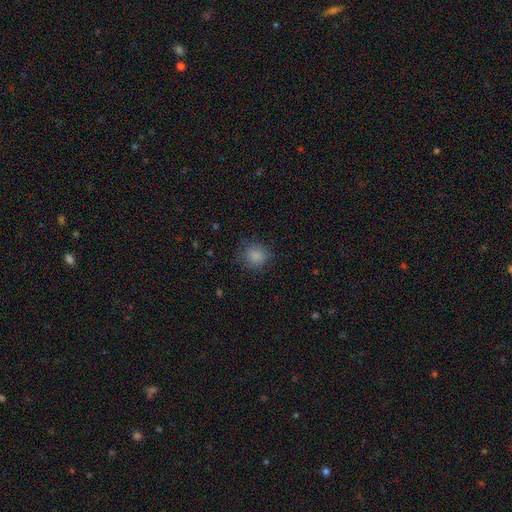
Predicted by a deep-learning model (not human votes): Q: Smooth or featured?
A: smooth (85%); runner-up: star or artifact (11%)
Q: How rounded?
A: round (86%); runner-up: in between (13%)
Q: Merging?
A: none (82%); runner-up: minor disturbance (12%)